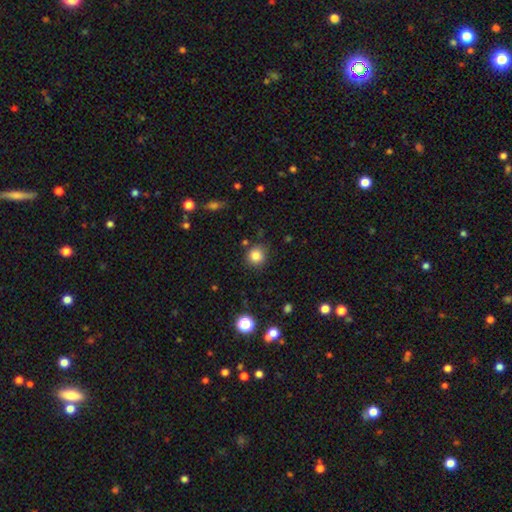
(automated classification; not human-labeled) Q: Smooth or featured?
A: smooth (83%); runner-up: star or artifact (11%)
Q: How rounded?
A: round (89%); runner-up: in between (10%)
Q: Merging?
A: none (84%); runner-up: minor disturbance (10%)